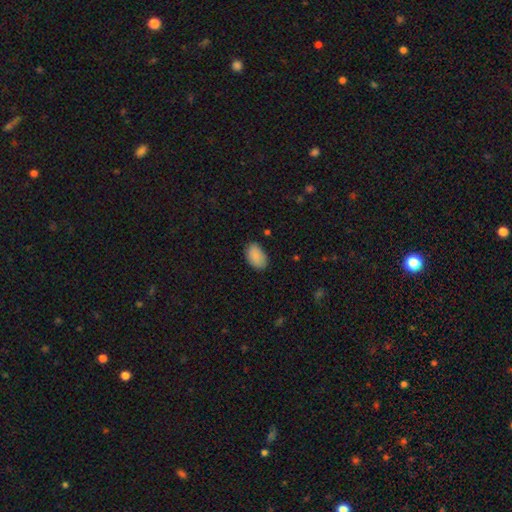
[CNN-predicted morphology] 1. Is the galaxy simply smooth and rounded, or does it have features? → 88% smooth, 7% star or artifact, 5% featured or disk.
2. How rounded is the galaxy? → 90% in between, 8% round, 1% cigar-shaped.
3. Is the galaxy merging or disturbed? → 78% none, 18% minor disturbance, 3% major disturbance, 1% merger.